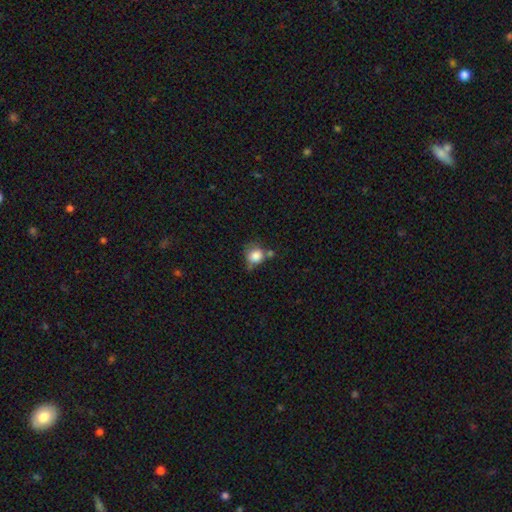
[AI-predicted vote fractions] A smooth galaxy with no disk features (82%) that is round (79%).

Vote fractions:
- Smooth or featured? smooth: 82% / star or artifact: 9% / featured or disk: 8%
- How rounded? round: 79% / in between: 20% / cigar-shaped: 1%
- Merging? none: 44% / minor disturbance: 26% / merger: 19% / major disturbance: 10%